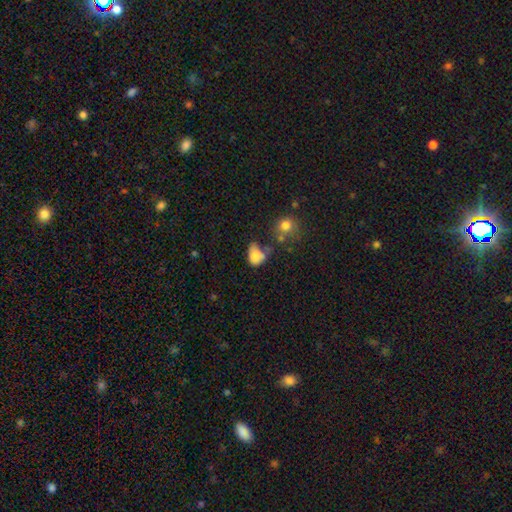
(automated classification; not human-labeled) Overall: smooth (77%). How rounded: in between (71%). Merging: minor disturbance (29%; none 27%).